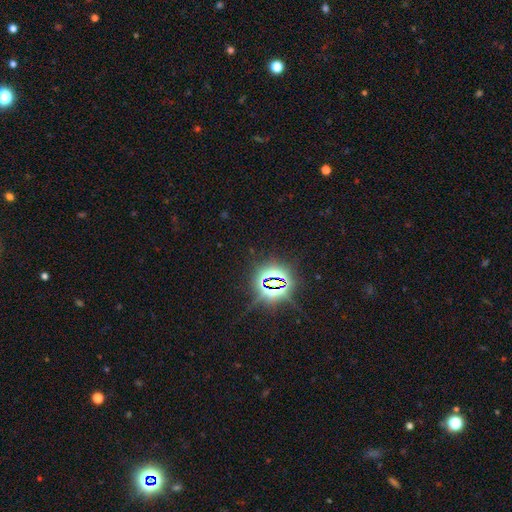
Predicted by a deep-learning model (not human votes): smooth_or_featured: star or artifact (p=0.83) [alt: smooth p=0.10]